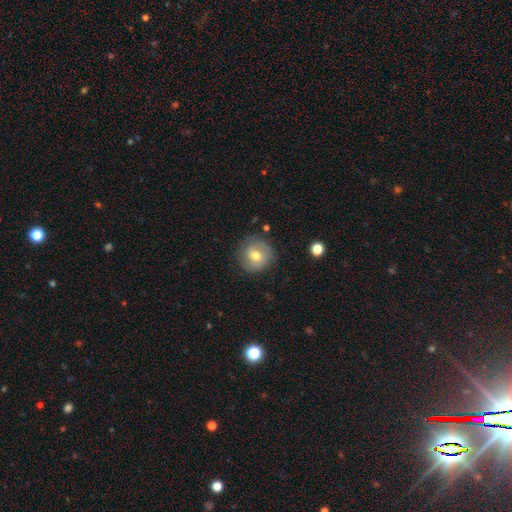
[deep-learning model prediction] The model was most divided on "smooth or featured": smooth: 63%, featured or disk: 28%, star or artifact: 9%. More confident: how rounded — round (91%); merging — none (80%).